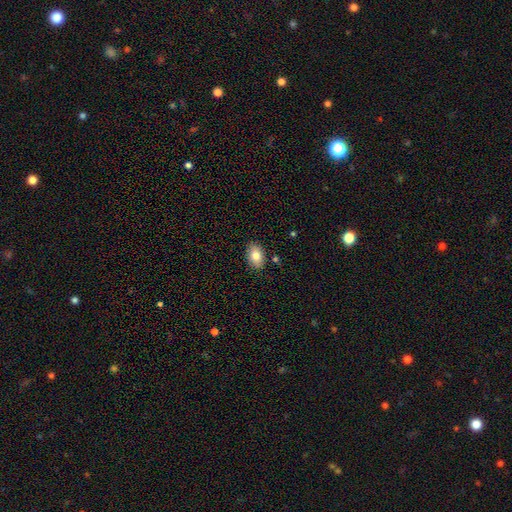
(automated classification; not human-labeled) This is clearly a smooth galaxy (80%). How rounded: clearly in between (86%). Merging: clearly none (85%).